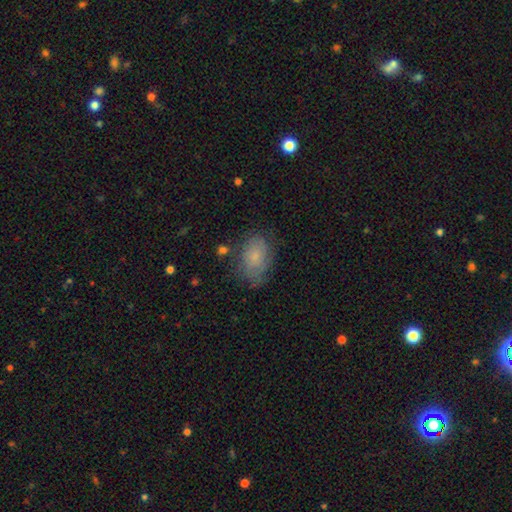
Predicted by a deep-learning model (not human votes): smooth_or_featured: smooth (p=0.72) [alt: featured or disk p=0.19]
how_rounded: in between (p=0.83) [alt: round p=0.15]
merging: none (p=0.65) [alt: minor disturbance p=0.23]